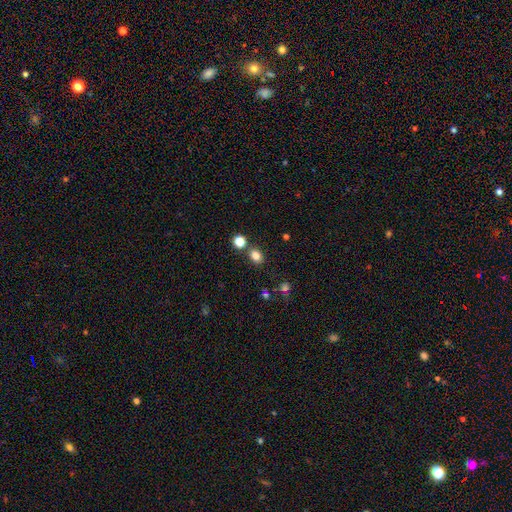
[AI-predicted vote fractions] A smooth galaxy with no disk features (81%) that is in between round and cigar-shaped (52%).

Vote fractions:
- Smooth or featured? smooth: 81% / star or artifact: 14% / featured or disk: 5%
- How rounded? in between: 52% / round: 47% / cigar-shaped: 1%
- Merging? none: 77% / merger: 10% / minor disturbance: 10% / major disturbance: 3%